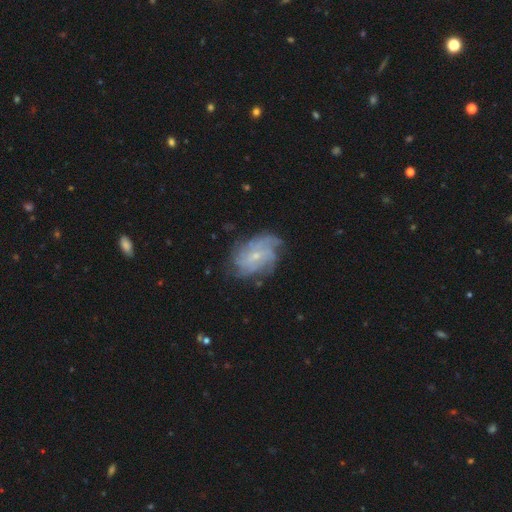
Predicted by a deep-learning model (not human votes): Smooth or featured: featured or disk — 82% (smooth — 11%)
Edge-on disk: no — 97% (yes — 3%)
Bar: no — 62% (weak — 33%)
Spiral arms: yes — 95% (no — 5%)
Spiral winding: tight — 53% (medium — 34%)
Spiral arm count: can't tell — 33% (4 — 25%)
Bulge size: small — 77% (moderate — 18%)
Merging: none — 72% (minor disturbance — 19%)